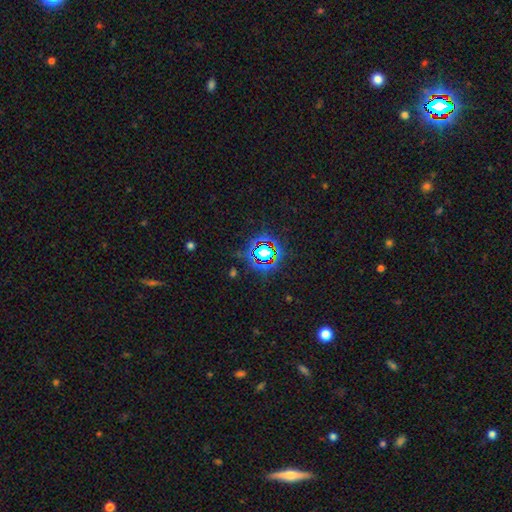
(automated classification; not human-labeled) star or artifact 78%, smooth 13%, featured or disk 9%.